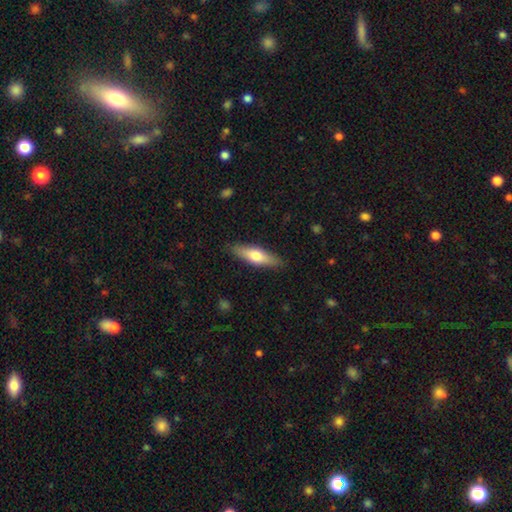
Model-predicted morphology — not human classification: This is possibly a smooth galaxy (60%). How rounded: possibly cigar-shaped (57%). Merging: clearly none (88%).